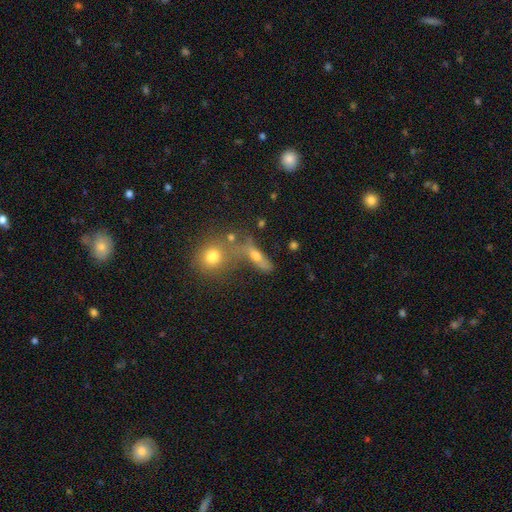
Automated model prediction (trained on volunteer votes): This appears to be a smooth galaxy with no disk features (58%) that is in between round and cigar-shaped (45%). Merging: none (40%).